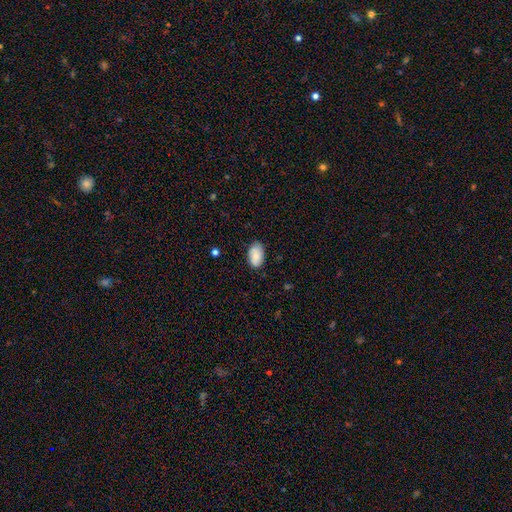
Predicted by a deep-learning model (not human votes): Overall: smooth (80%). How rounded: in between (93%). Merging: none (78%).